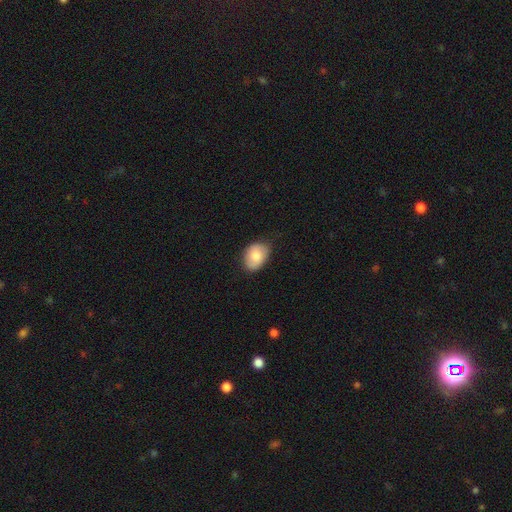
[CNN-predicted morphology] Smooth or featured? Predicted: smooth (p=0.79). How rounded? Predicted: in between (p=0.80). Merging? Predicted: none (p=0.74).